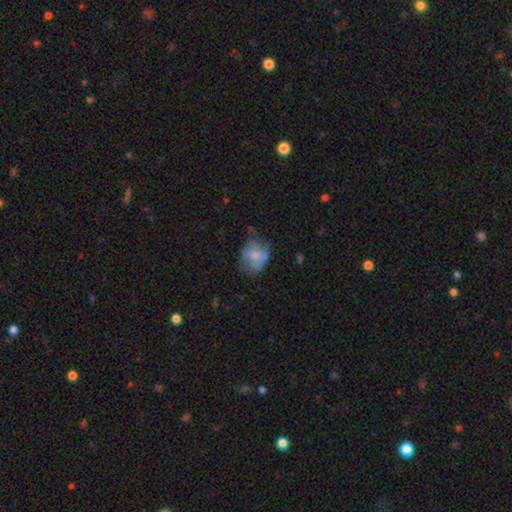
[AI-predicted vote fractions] Smooth or featured? Predicted: smooth (p=0.60). How rounded? Predicted: in between (p=0.54). Merging? Predicted: none (p=0.43).